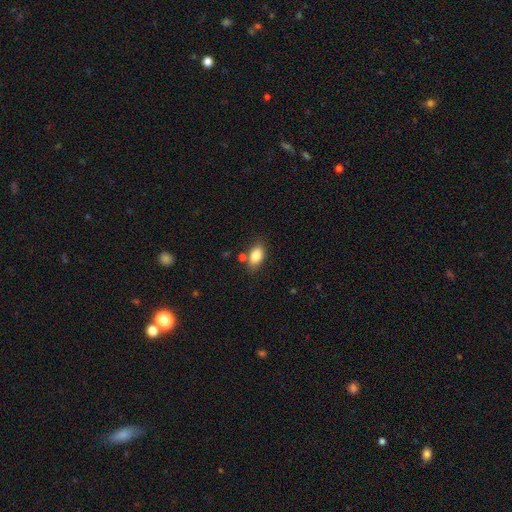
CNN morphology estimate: smooth_or_featured: smooth (p=0.83) [alt: featured or disk p=0.08]
how_rounded: in between (p=0.88) [alt: round p=0.09]
merging: none (p=0.72) [alt: minor disturbance p=0.15]